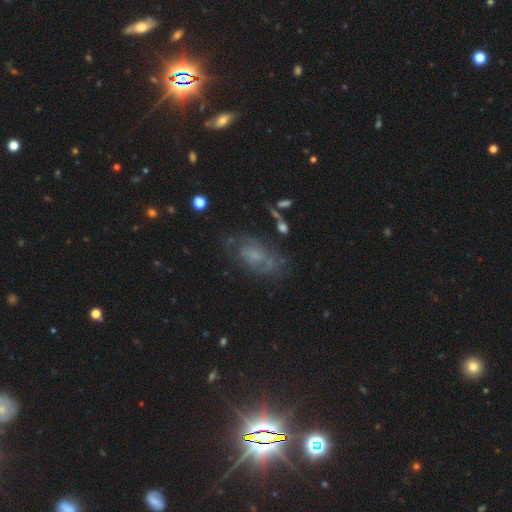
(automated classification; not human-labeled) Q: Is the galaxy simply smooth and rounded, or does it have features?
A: featured or disk — 56%.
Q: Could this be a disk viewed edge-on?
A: no — 94%.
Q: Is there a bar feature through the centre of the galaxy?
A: no — 71%.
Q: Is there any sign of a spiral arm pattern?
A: yes — 74%.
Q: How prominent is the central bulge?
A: small — 40%.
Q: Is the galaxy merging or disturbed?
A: none — 59%.